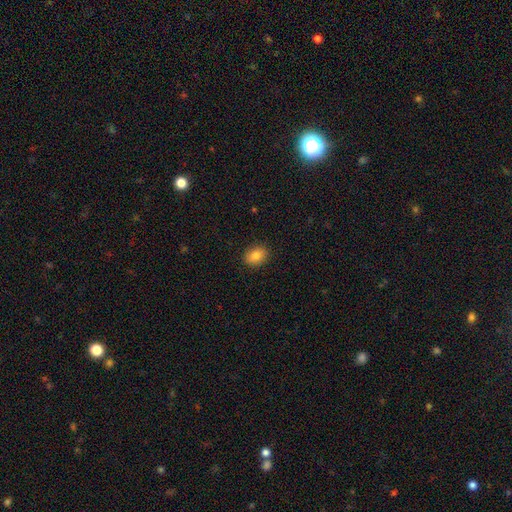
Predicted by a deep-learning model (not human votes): This is clearly a smooth galaxy (83%). How rounded: likely in between (64%). Merging: clearly none (89%).